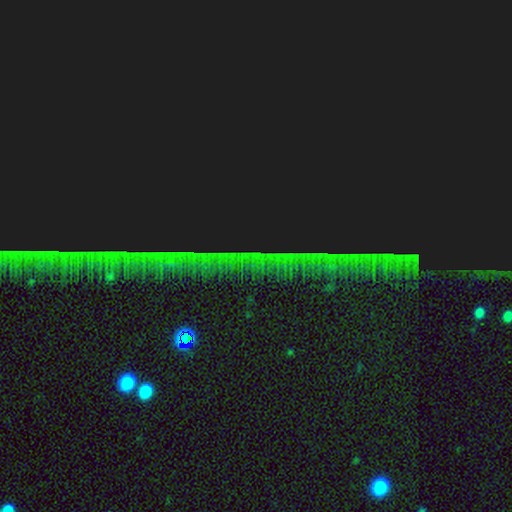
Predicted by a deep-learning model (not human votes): A star or artifact, not a galaxy (85%).